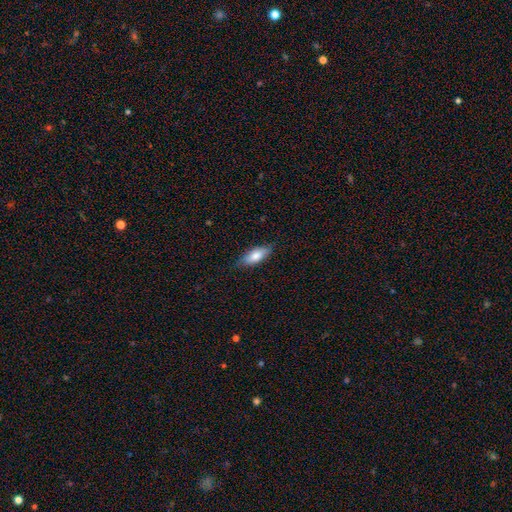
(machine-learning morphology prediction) Smooth or featured? smooth (77%)
How rounded? in between (75%)
Merging? none (81%)